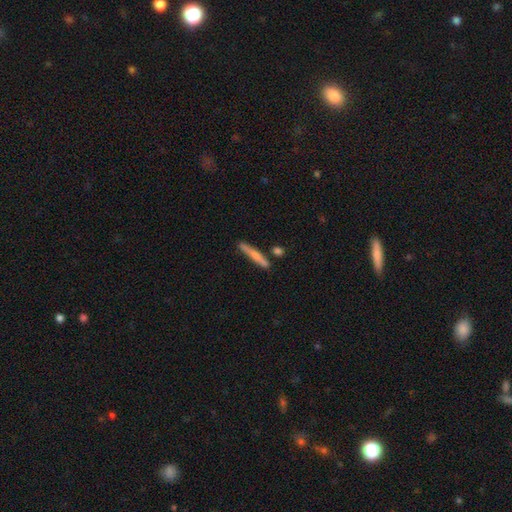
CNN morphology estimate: Smooth or featured? smooth (64%)
How rounded? cigar-shaped (93%)
Merging? none (75%)